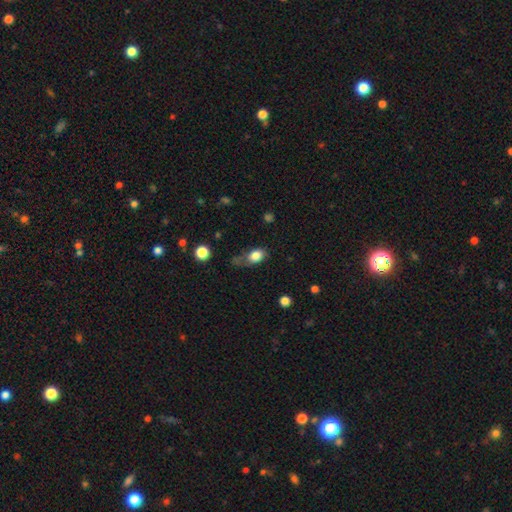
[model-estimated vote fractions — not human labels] Smooth or featured? smooth (81%)
How rounded? in between (79%)
Merging? none (38%)